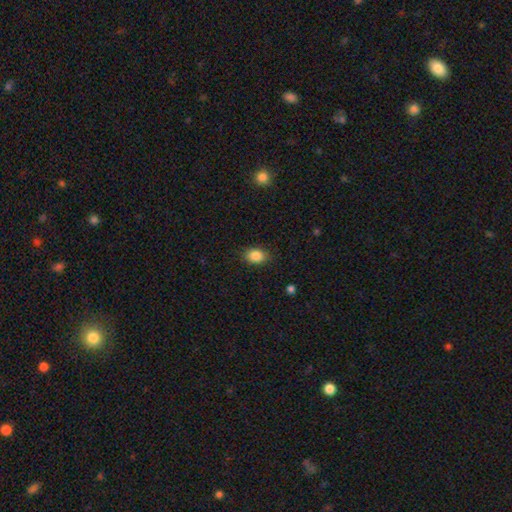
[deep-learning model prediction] Q: Smooth or featured?
A: smooth (86%); runner-up: star or artifact (9%)
Q: How rounded?
A: in between (76%); runner-up: round (23%)
Q: Merging?
A: none (86%); runner-up: minor disturbance (10%)